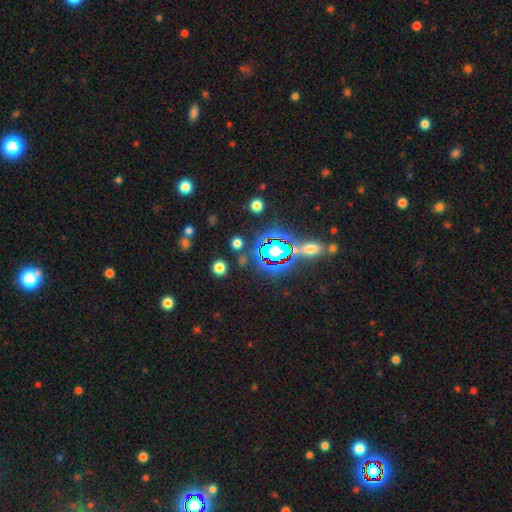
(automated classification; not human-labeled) Q: Smooth or featured?
A: star or artifact (81%); runner-up: smooth (11%)